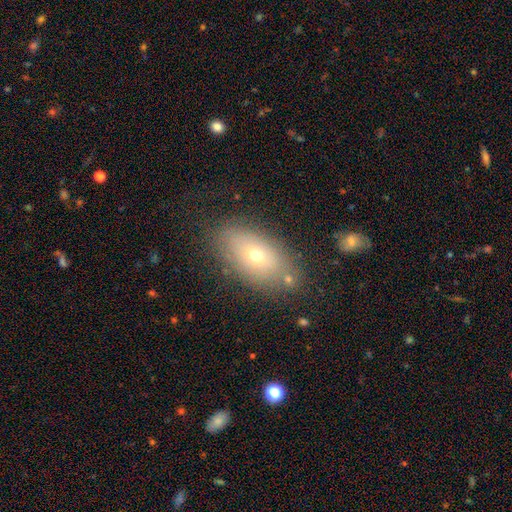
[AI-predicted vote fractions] Q: Smooth or featured?
A: smooth (63%); runner-up: featured or disk (26%)
Q: How rounded?
A: in between (87%); runner-up: round (9%)
Q: Merging?
A: none (76%); runner-up: minor disturbance (15%)